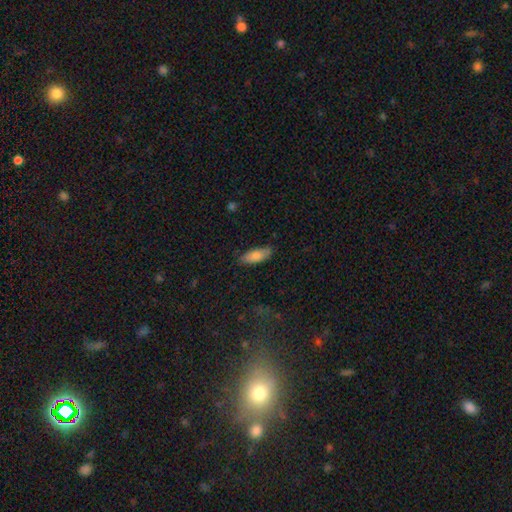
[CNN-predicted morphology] This appears to be a smooth galaxy with no disk features (81%) that is in between round and cigar-shaped (74%). Merging: none (78%).